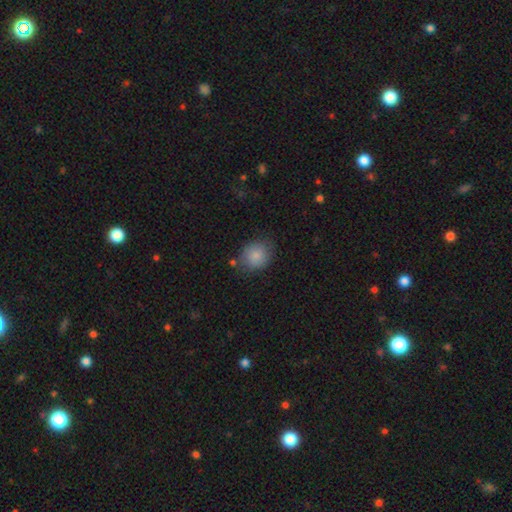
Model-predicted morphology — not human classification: The model was most divided on "how rounded": round: 68%, in between: 31%, cigar-shaped: 1%. More confident: smooth or featured — smooth (85%); merging — none (72%).